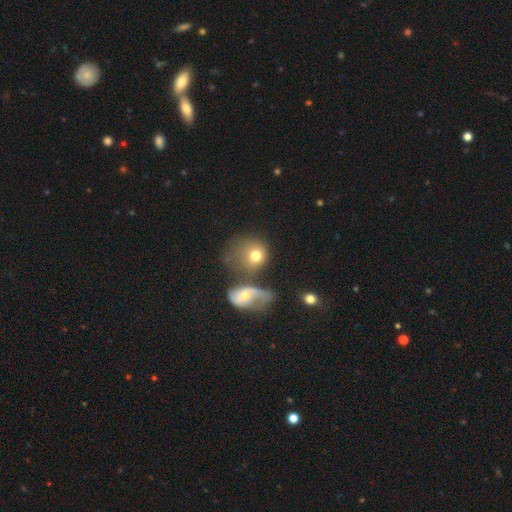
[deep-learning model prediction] A smooth galaxy with no disk features (68%) that is round (68%).

Vote fractions:
- Smooth or featured? smooth: 68% / featured or disk: 23% / star or artifact: 9%
- How rounded? round: 68% / in between: 30% / cigar-shaped: 2%
- Merging? merger: 37% / none: 26% / major disturbance: 23% / minor disturbance: 14%